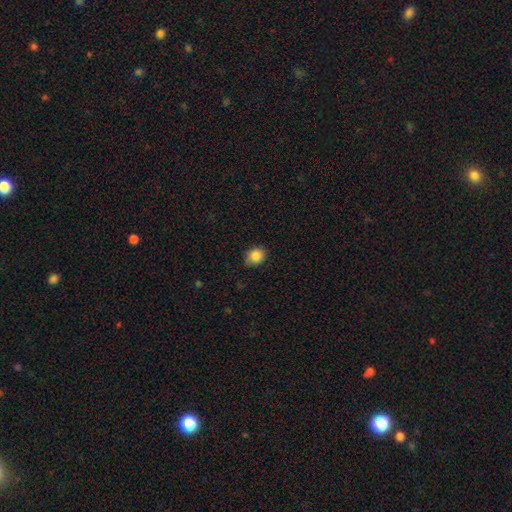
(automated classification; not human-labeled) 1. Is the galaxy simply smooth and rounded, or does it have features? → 86% smooth, 9% star or artifact, 5% featured or disk.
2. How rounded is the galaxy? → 66% round, 33% in between, 1% cigar-shaped.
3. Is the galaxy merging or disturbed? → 82% none, 15% minor disturbance, 2% major disturbance, 1% merger.